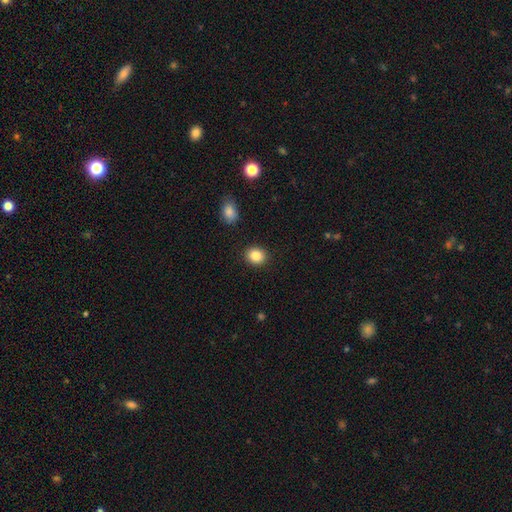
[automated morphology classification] The model was most divided on "how rounded": round: 69%, in between: 30%, cigar-shaped: 1%. More confident: merging — none (90%); smooth or featured — smooth (86%).